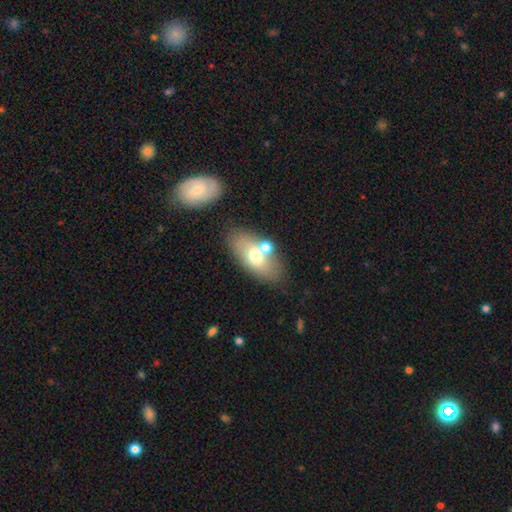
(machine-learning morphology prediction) A smooth galaxy with no disk features (62%) that is in between round and cigar-shaped (87%). Merging: none (64%).